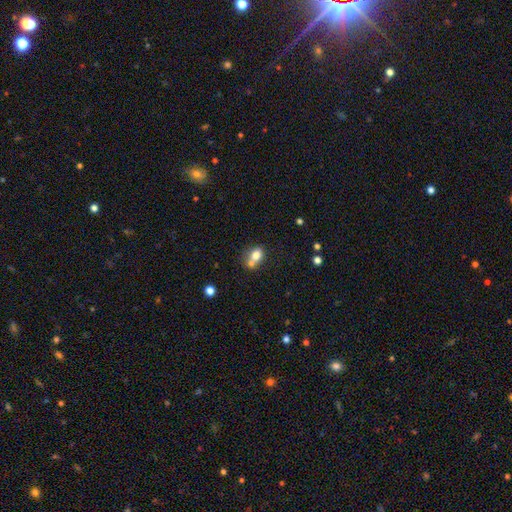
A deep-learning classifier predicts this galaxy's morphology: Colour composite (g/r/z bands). It shows a smooth galaxy with no disk features (74%) that is in between round and cigar-shaped (59%). Merging: merger (48%).